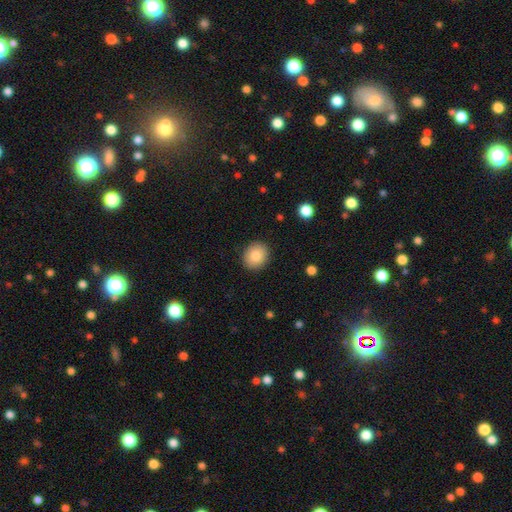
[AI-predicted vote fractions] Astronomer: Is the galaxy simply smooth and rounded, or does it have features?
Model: smooth — 86%.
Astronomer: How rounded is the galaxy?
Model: round — 76%.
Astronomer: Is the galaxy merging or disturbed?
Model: none — 90%.